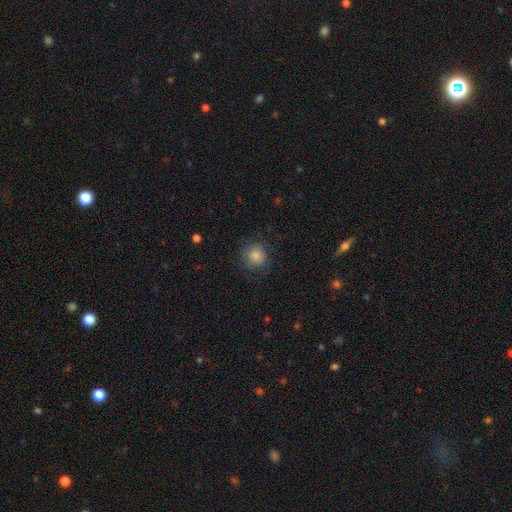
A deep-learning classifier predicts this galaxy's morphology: This is clearly a smooth galaxy (85%). How rounded: clearly round (91%). Merging: clearly none (83%).